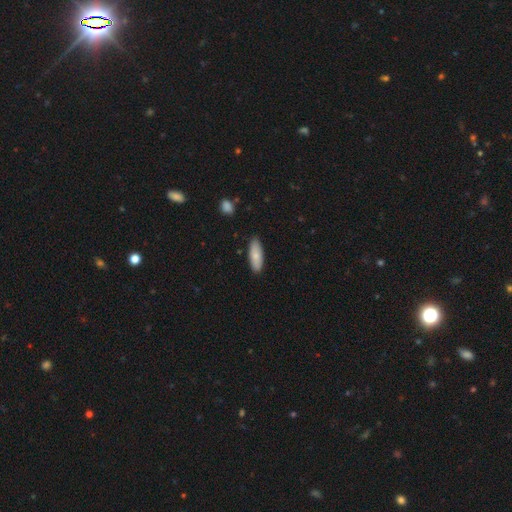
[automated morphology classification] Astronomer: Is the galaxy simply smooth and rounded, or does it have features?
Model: smooth — 79%.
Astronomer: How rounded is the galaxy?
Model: in between — 68%.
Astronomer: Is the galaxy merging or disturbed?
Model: none — 87%.